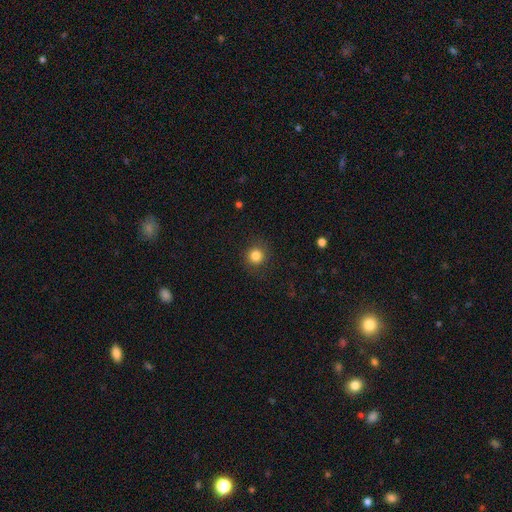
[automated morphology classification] smooth_or_featured: smooth (p=0.83) [alt: star or artifact p=0.11]
how_rounded: round (p=0.91) [alt: in between p=0.08]
merging: none (p=0.87) [alt: minor disturbance p=0.09]